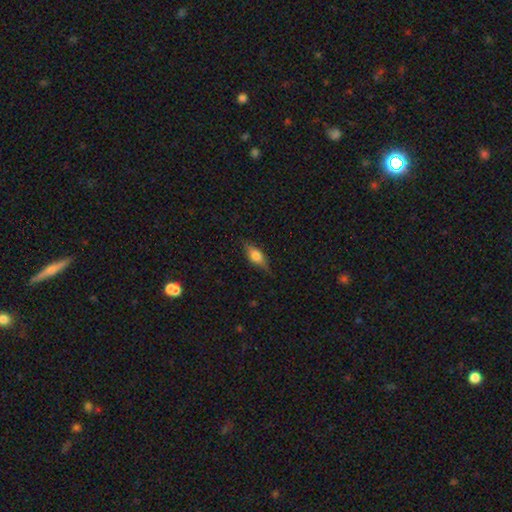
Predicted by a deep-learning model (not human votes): This appears to be a smooth galaxy with no disk features (60%) that is in between round and cigar-shaped (74%). Merging: none (74%).